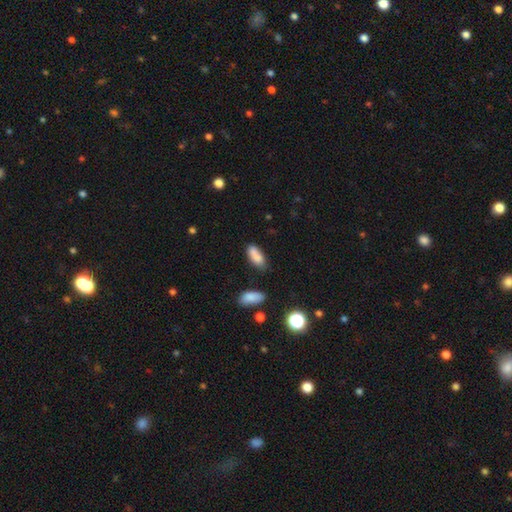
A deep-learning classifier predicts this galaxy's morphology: Smooth or featured?
  - smooth: 79% *
  - featured or disk: 11%
  - star or artifact: 9%
How rounded?
  - in between: 82% *
  - cigar-shaped: 14%
  - round: 4%
Merging?
  - none: 49% *
  - merger: 22%
  - minor disturbance: 22%
  - major disturbance: 7%